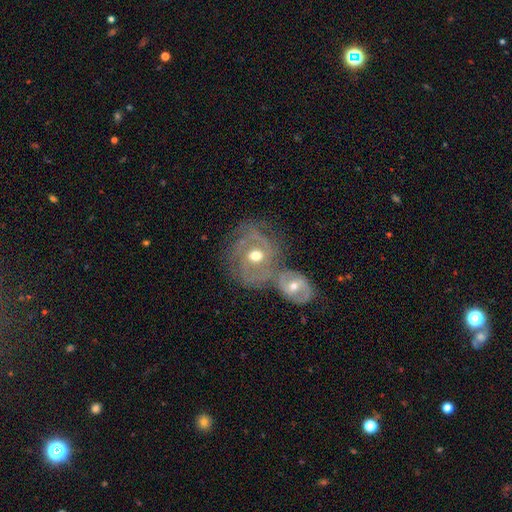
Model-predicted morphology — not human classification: Smooth or featured?
  - featured or disk: 73% *
  - smooth: 20%
  - star or artifact: 7%
Edge-on disk?
  - no: 96% *
  - yes: 4%
Bar?
  - no: 51% *
  - weak: 36%
  - strong: 13%
Spiral arms?
  - yes: 82% *
  - no: 18%
Spiral winding?
  - tight: 48% *
  - medium: 40%
  - loose: 12%
Spiral arm count?
  - 2: 56% *
  - can't tell: 23%
  - 3: 11%
  - 1: 5%
  - 4: 3%
  - more than 4: 2%
Bulge size?
  - moderate: 73% *
  - small: 19%
  - large: 6%
  - none: 1%
  - dominant: 1%
Merging?
  - merger: 58% *
  - none: 27%
  - minor disturbance: 10%
  - major disturbance: 6%